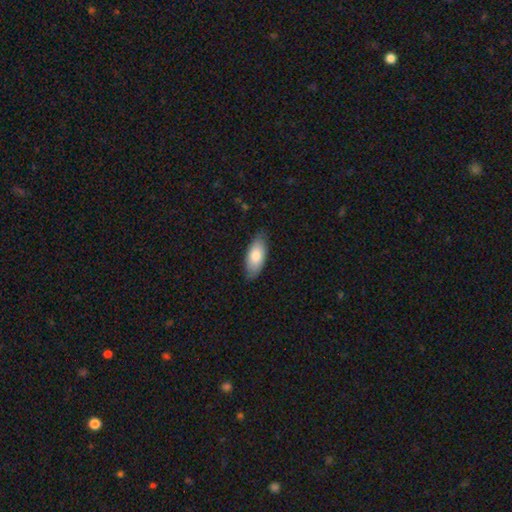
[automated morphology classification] Smooth or featured? Predicted: smooth (p=0.78). How rounded? Predicted: in between (p=0.88). Merging? Predicted: none (p=0.80).